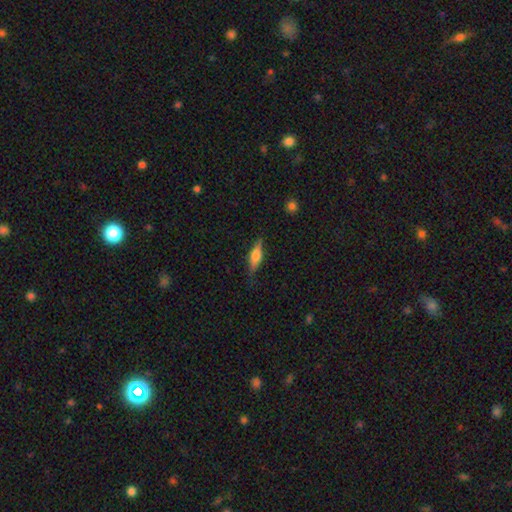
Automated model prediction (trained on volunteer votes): smooth_or_featured: smooth (p=0.49) [alt: featured or disk p=0.45]
merging: none (p=0.81) [alt: minor disturbance p=0.15]